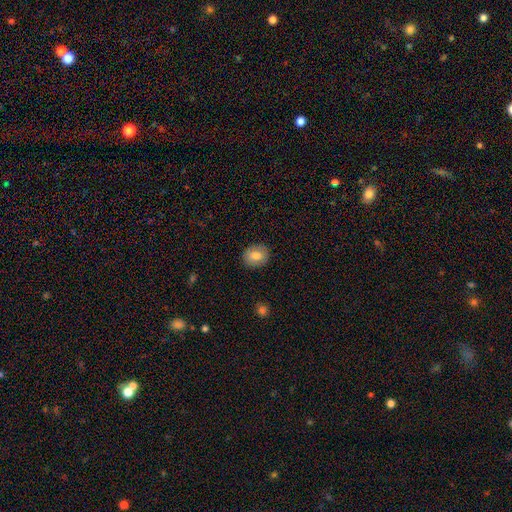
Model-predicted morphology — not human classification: A smooth galaxy with no disk features (79%) that is round (66%). Merging: none (90%).